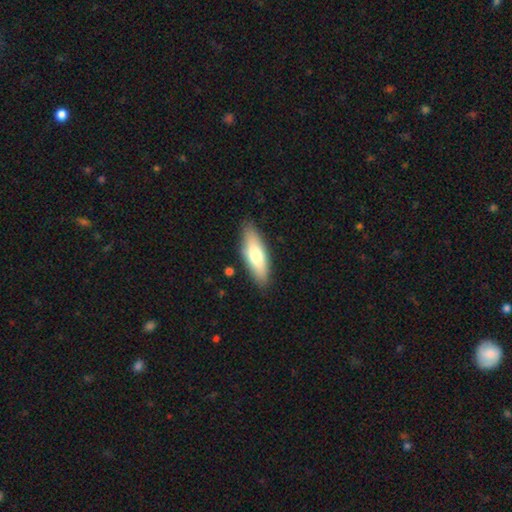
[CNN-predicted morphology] This appears to be a smooth galaxy with no disk features (68%) that is in between round and cigar-shaped (54%). Merging: none (86%).